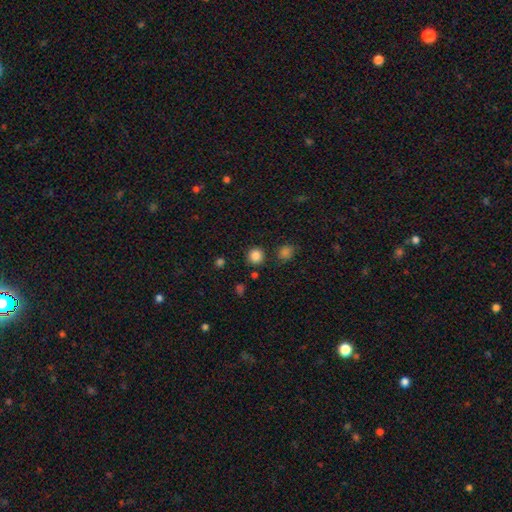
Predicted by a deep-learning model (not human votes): Smooth or featured?
  - smooth: 84% *
  - star or artifact: 12%
  - featured or disk: 4%
How rounded?
  - round: 92% *
  - in between: 7%
  - cigar-shaped: 1%
Merging?
  - none: 87% *
  - minor disturbance: 7%
  - merger: 4%
  - major disturbance: 3%